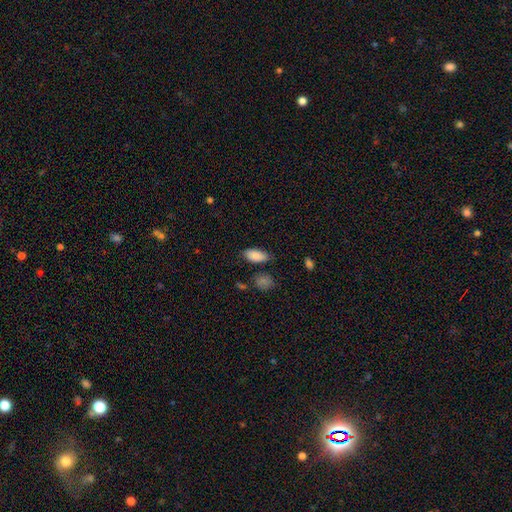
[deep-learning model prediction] The model was most divided on "merging": none: 73%, minor disturbance: 19%, major disturbance: 4%, merger: 4%. More confident: how rounded — in between (89%); smooth or featured — smooth (88%).